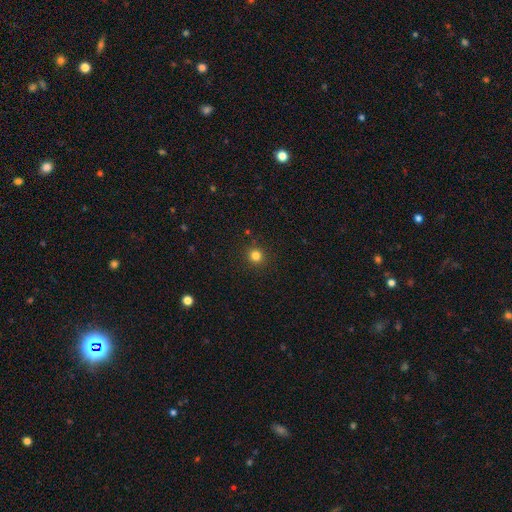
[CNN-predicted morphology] The model was most divided on "smooth or featured": smooth: 81%, star or artifact: 14%, featured or disk: 5%. More confident: how rounded — round (93%); merging — none (91%).